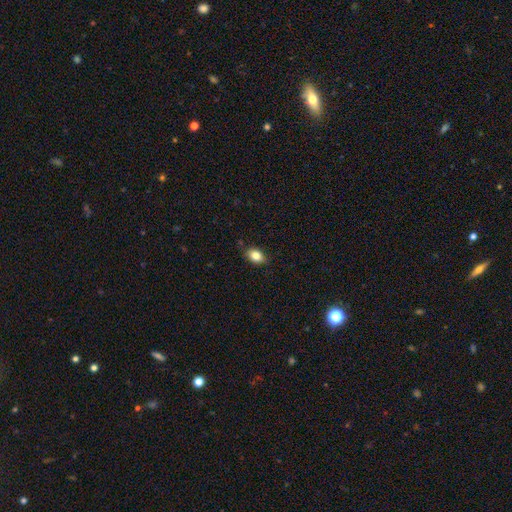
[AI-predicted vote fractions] A smooth galaxy with no disk features (82%) that is in between round and cigar-shaped (81%). Merging: none (83%).